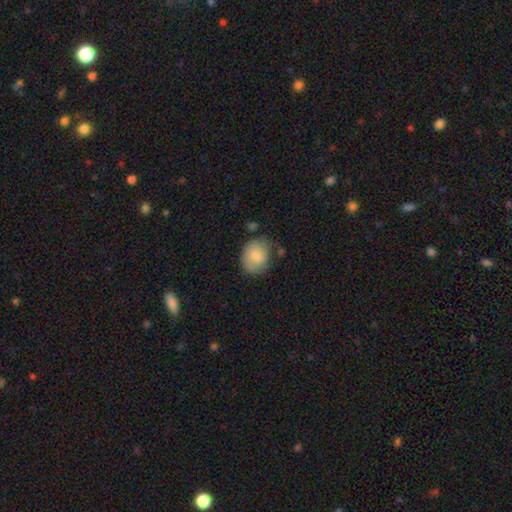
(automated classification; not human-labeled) Overall: smooth (81%). How rounded: round (61%; in between 38%). Merging: none (60%; minor disturbance 27%).